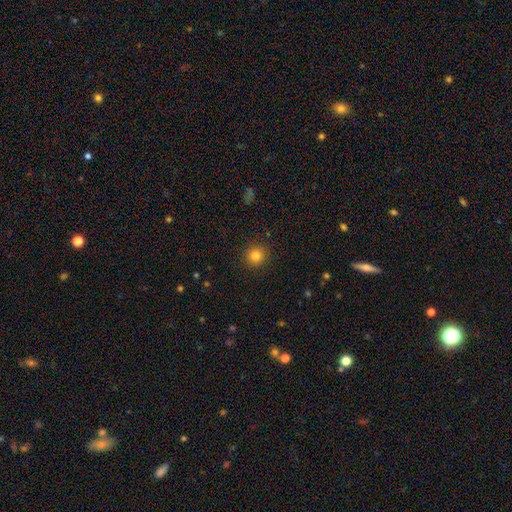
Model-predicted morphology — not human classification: A smooth galaxy with no disk features (83%) that is round (94%).

Vote fractions:
- Smooth or featured? smooth: 83% / star or artifact: 12% / featured or disk: 5%
- How rounded? round: 94% / in between: 5% / cigar-shaped: 1%
- Merging? none: 91% / minor disturbance: 6% / major disturbance: 2% / merger: 1%